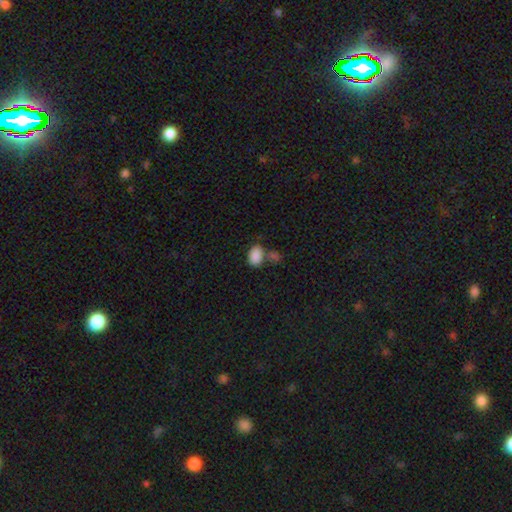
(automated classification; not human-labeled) Q: Smooth or featured?
A: smooth (87%); runner-up: star or artifact (9%)
Q: How rounded?
A: in between (87%); runner-up: round (11%)
Q: Merging?
A: none (54%); runner-up: merger (27%)